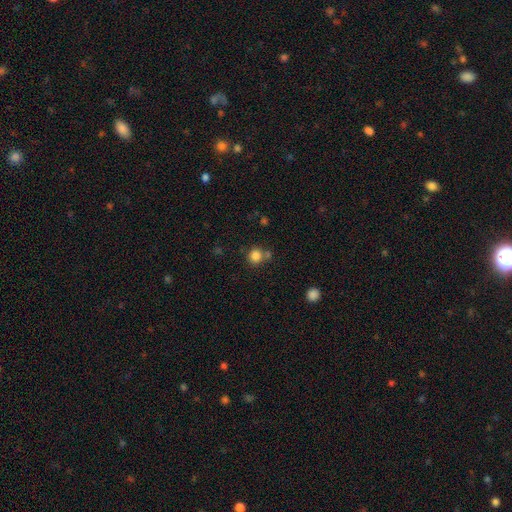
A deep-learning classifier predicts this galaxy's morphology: Smooth or featured?
  - smooth: 83% *
  - star or artifact: 11%
  - featured or disk: 5%
How rounded?
  - round: 90% *
  - in between: 9%
  - cigar-shaped: 1%
Merging?
  - none: 69% *
  - merger: 17%
  - minor disturbance: 10%
  - major disturbance: 4%